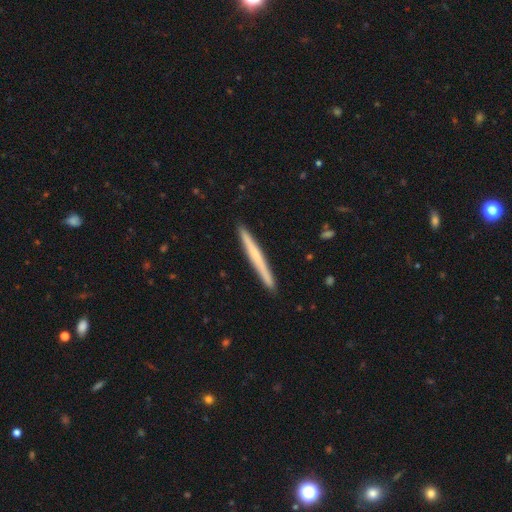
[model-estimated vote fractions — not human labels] smooth-or-featured: smooth: 48% | featured or disk: 46% | star or artifact: 6%
  merging: none: 92% | minor disturbance: 6% | major disturbance: 1% | merger: 1%